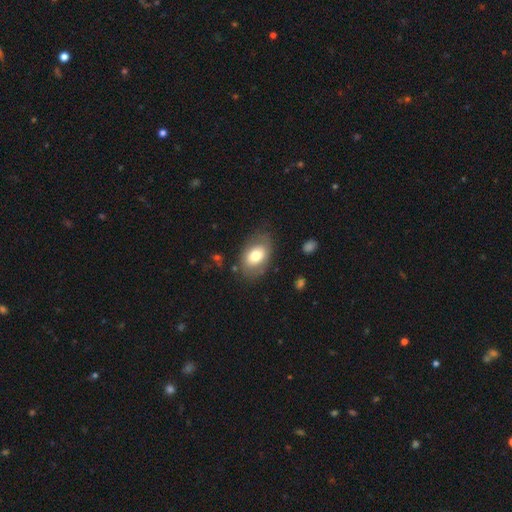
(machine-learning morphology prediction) Smooth or featured? smooth (70%)
How rounded? in between (85%)
Merging? none (75%)